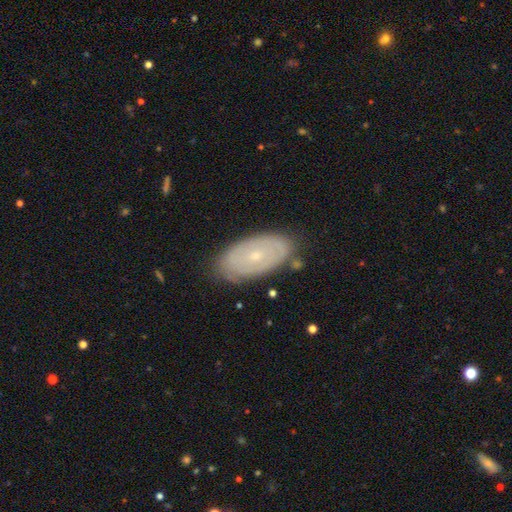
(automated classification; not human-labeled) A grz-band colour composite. It shows a featured or disk galaxy (62%) with no bar (78%), spiral arms (58%) and a small central bulge (73%). Merging: none (81%).